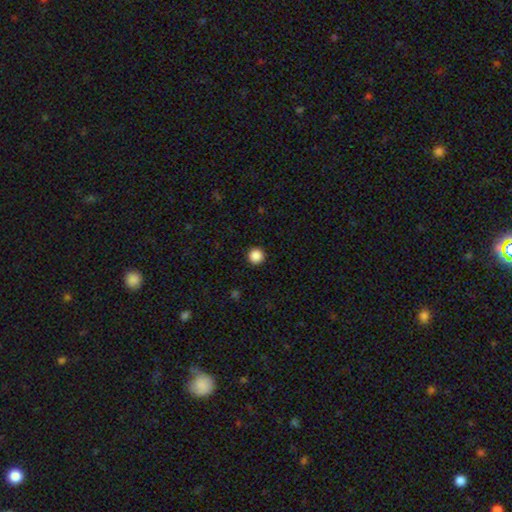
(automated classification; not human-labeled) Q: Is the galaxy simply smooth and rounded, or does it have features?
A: smooth — 87%.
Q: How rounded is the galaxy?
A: round — 97%.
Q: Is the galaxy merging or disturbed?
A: none — 94%.